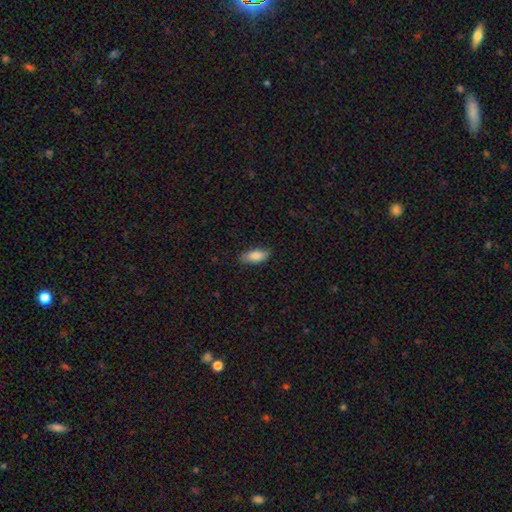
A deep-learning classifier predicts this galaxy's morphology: smooth-or-featured: smooth: 86% | featured or disk: 7% | star or artifact: 6%
  how-rounded: in between: 84% | cigar-shaped: 14% | round: 2%
  merging: none: 83% | minor disturbance: 13% | major disturbance: 3% | merger: 1%